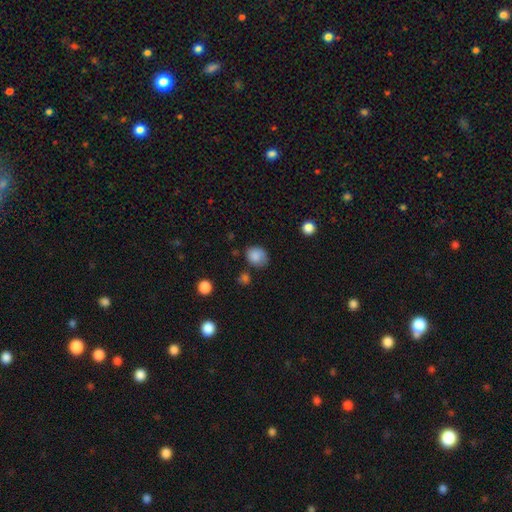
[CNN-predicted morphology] Smooth or featured? smooth (84%)
How rounded? round (57%)
Merging? none (63%)